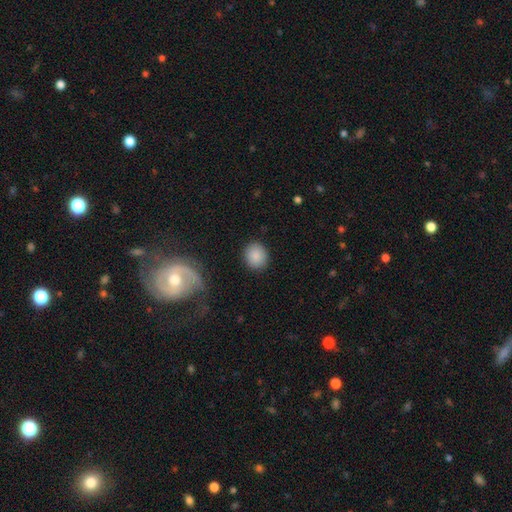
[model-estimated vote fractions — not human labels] smooth 85%, star or artifact 9%, featured or disk 6%. Down the decision tree: how rounded — round (77%); merging — none (87%).